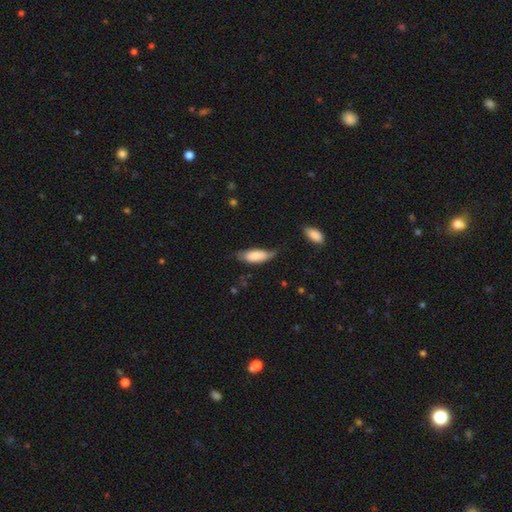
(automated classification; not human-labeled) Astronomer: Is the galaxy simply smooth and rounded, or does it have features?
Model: smooth — 77%.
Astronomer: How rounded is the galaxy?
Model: in between — 74%.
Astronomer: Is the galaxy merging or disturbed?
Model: none — 47% (runner-up: minor disturbance, 38%).